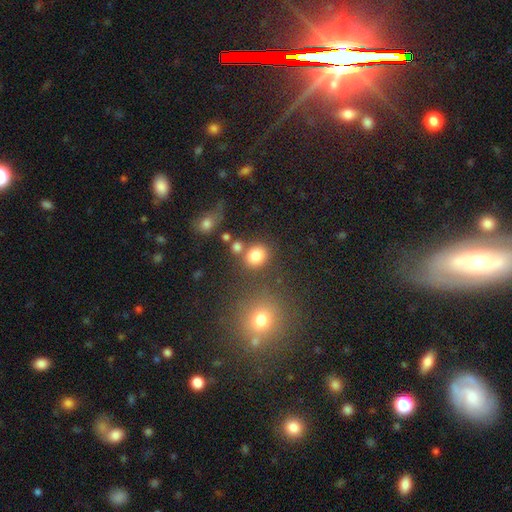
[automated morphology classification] Smooth or featured: smooth — 81% (star or artifact — 12%)
How rounded: round — 63% (in between — 36%)
Merging: none — 67% (merger — 15%)